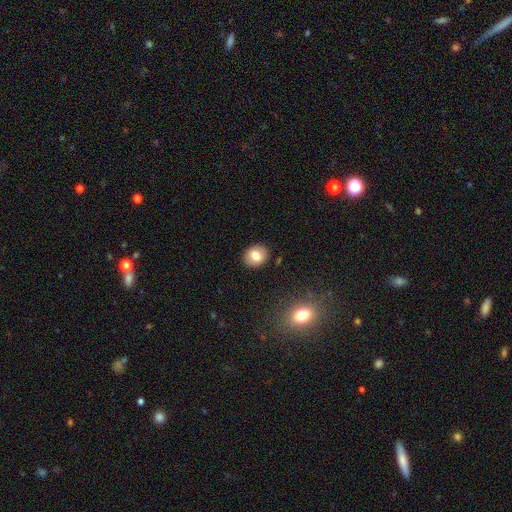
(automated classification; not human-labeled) Smooth or featured: smooth — 78% (featured or disk — 13%)
How rounded: round — 61% (in between — 38%)
Merging: none — 88% (minor disturbance — 8%)